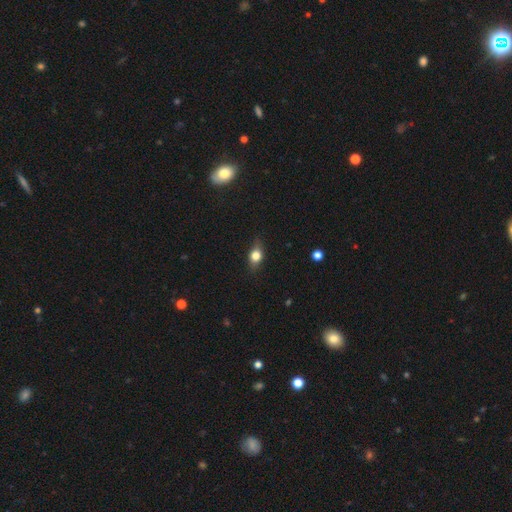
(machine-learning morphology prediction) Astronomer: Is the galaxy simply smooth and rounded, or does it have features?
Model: smooth — 69%.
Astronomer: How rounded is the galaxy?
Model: in between — 62%.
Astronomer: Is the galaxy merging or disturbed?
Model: none — 78%.